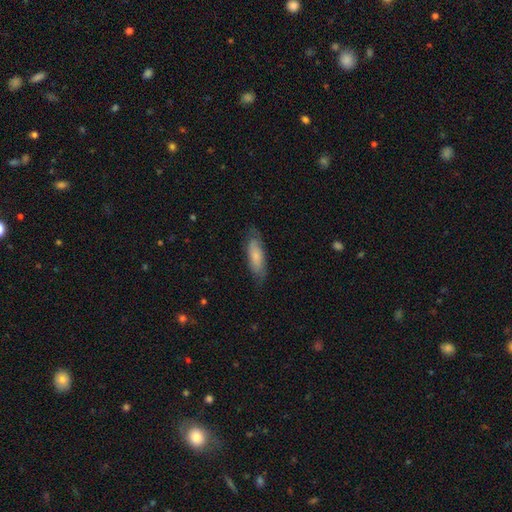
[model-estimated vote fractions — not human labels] A smooth galaxy with no disk features (69%) that is in between round and cigar-shaped (55%).

Vote fractions:
- Smooth or featured? smooth: 69% / featured or disk: 25% / star or artifact: 6%
- How rounded? in between: 55% / cigar-shaped: 43% / round: 2%
- Merging? none: 74% / minor disturbance: 20% / major disturbance: 5% / merger: 1%